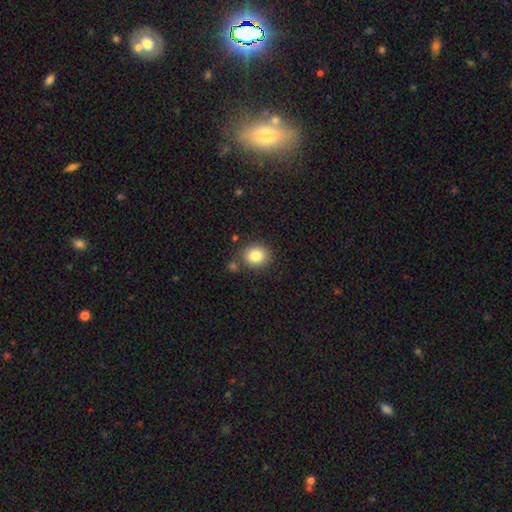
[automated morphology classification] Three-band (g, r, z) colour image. It shows a smooth galaxy with no disk features (83%) that is round (78%). Merging: none (79%).